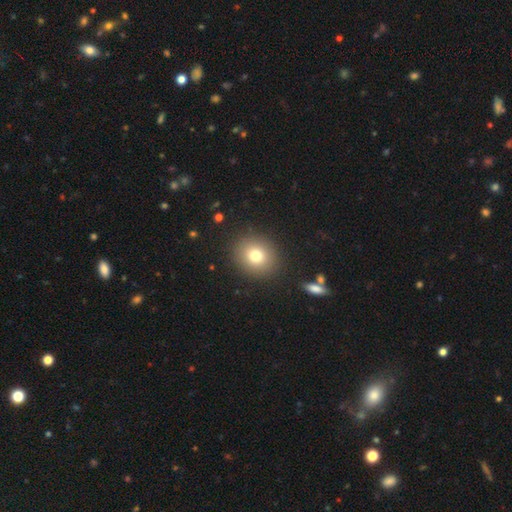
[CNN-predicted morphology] A smooth galaxy with no disk features (76%) that is round (75%). Merging: none (88%).